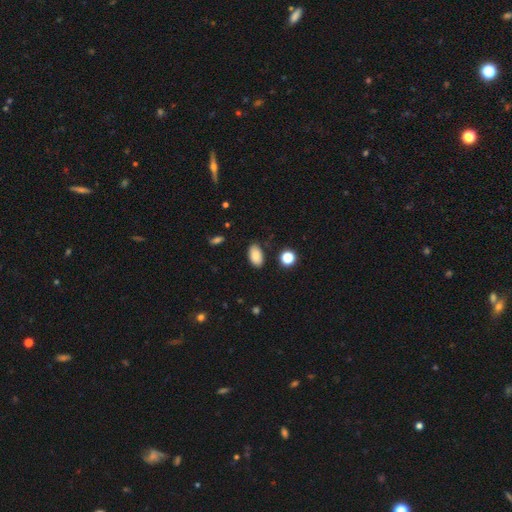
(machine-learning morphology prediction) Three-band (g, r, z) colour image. It shows a smooth galaxy with no disk features (87%) that is in between round and cigar-shaped (93%). Merging: none (83%).